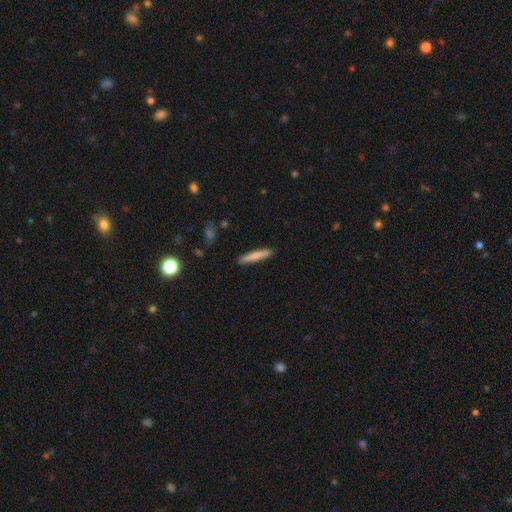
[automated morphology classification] Smooth or featured?
  - smooth: 77% *
  - featured or disk: 17%
  - star or artifact: 6%
How rounded?
  - cigar-shaped: 94% *
  - in between: 5%
  - round: 1%
Merging?
  - none: 90% *
  - minor disturbance: 7%
  - major disturbance: 1%
  - merger: 1%